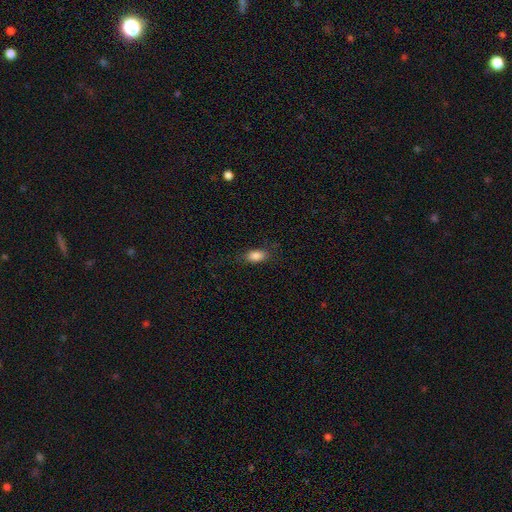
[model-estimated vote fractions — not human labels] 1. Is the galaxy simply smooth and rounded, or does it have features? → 86% smooth, 8% star or artifact, 6% featured or disk.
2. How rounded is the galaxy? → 87% in between, 7% round, 5% cigar-shaped.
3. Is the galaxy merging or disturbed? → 79% none, 15% minor disturbance, 5% major disturbance, 1% merger.